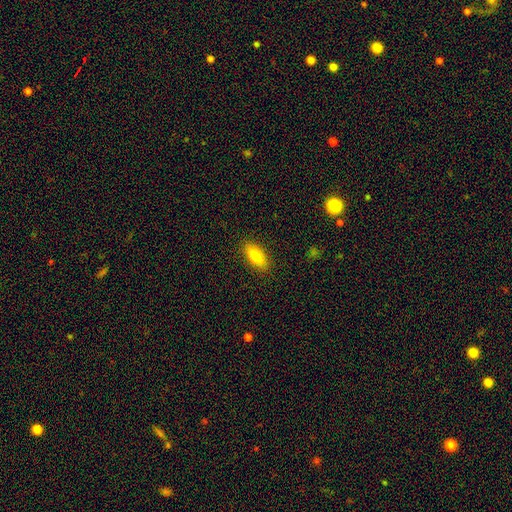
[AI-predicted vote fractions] Morphology: type=smooth (82%); roundness=in between (79%); merging=none (89%).